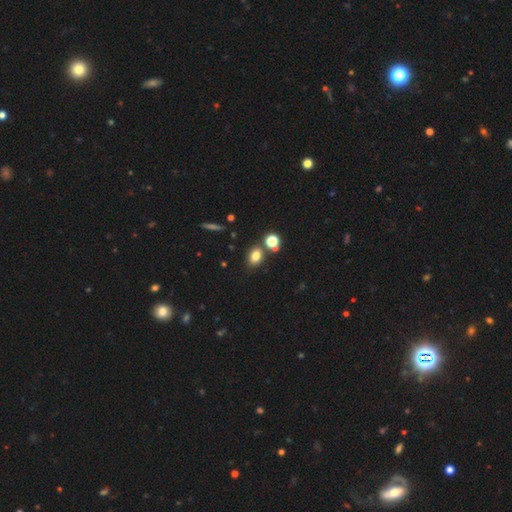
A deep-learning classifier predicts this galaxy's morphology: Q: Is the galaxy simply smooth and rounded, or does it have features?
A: smooth — 78%.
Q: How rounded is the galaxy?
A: in between — 61%.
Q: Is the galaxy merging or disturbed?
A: none — 70%.